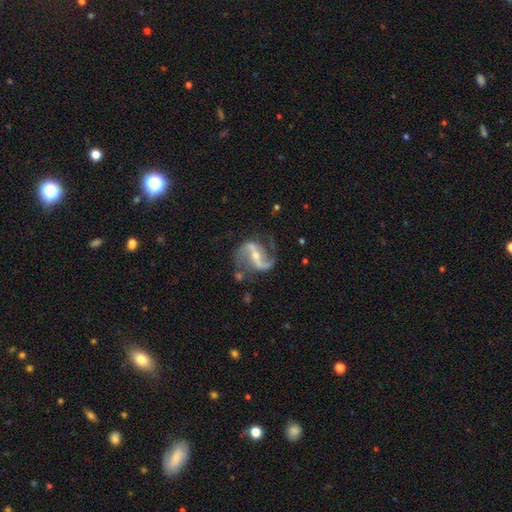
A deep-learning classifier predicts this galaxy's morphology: smooth-or-featured: featured or disk: 91% | star or artifact: 5% | smooth: 4%
  disk-edge-on: no: 97% | yes: 3%
    bar: strong: 52% | weak: 31% | no: 17%
    has-spiral-arms: yes: 97% | no: 3%
      spiral-winding: loose: 58% | medium: 35% | tight: 7%
      spiral-arm-count: 2: 93% | 1: 2% | can't tell: 2% | 3: 1% | 4: 1% | more than 4: 1%
    bulge-size: small: 56% | moderate: 39% | none: 2% | large: 2% | dominant: 1%
  merging: none: 71% | minor disturbance: 17% | major disturbance: 9% | merger: 3%